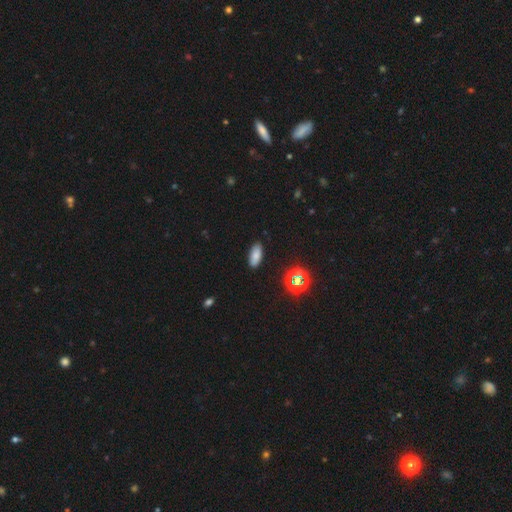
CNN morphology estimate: A smooth galaxy with no disk features (80%) that is in between round and cigar-shaped (84%). Merging: none (89%).